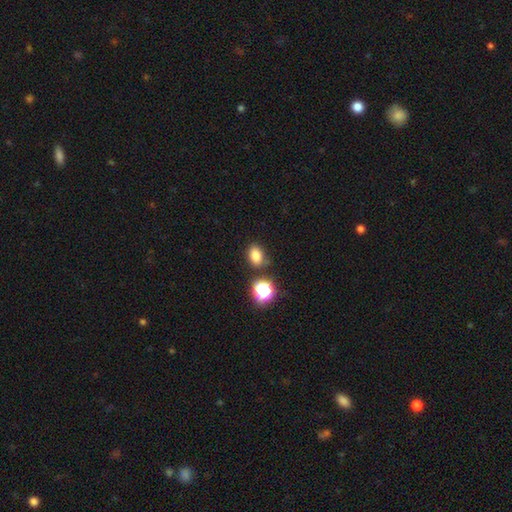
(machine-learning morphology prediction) Smooth or featured?
  - smooth: 79% *
  - star or artifact: 15%
  - featured or disk: 6%
How rounded?
  - in between: 68% *
  - round: 30%
  - cigar-shaped: 1%
Merging?
  - none: 76% *
  - minor disturbance: 13%
  - merger: 7%
  - major disturbance: 4%